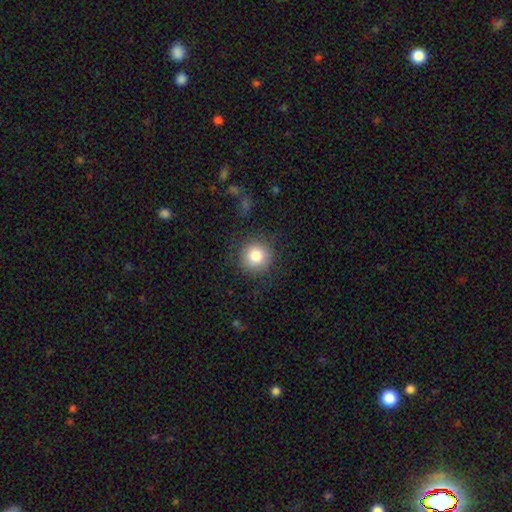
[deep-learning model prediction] Smooth or featured?
  - smooth: 83% *
  - star or artifact: 10%
  - featured or disk: 7%
How rounded?
  - round: 93% *
  - in between: 6%
  - cigar-shaped: 1%
Merging?
  - none: 83% *
  - minor disturbance: 10%
  - major disturbance: 5%
  - merger: 1%